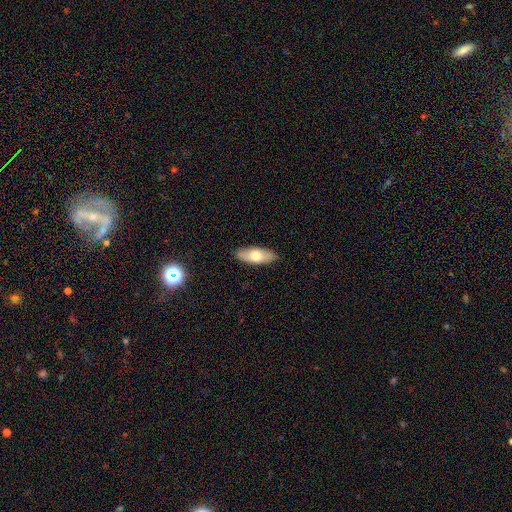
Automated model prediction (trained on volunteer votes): Smooth or featured? Predicted: smooth (p=0.67). How rounded? Predicted: in between (p=0.73). Merging? Predicted: none (p=0.88).